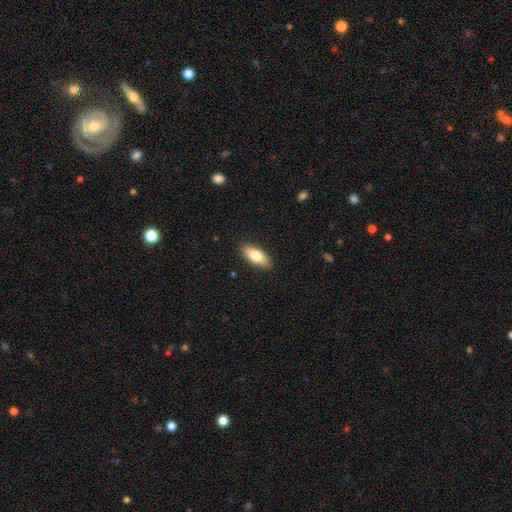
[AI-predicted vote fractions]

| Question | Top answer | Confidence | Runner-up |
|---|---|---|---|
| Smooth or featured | smooth | 77% | featured or disk (17%) |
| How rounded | in between | 77% | cigar-shaped (21%) |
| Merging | none | 89% | minor disturbance (9%) |